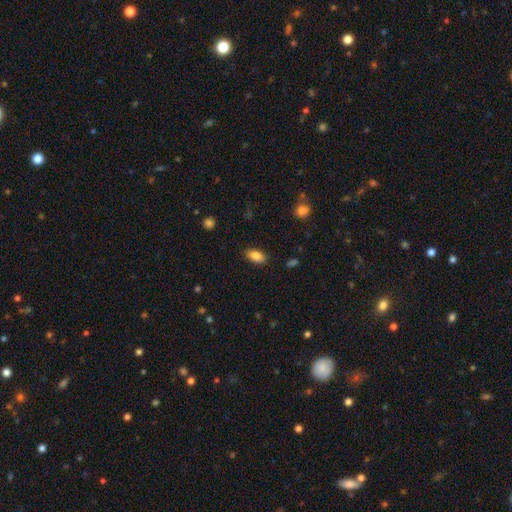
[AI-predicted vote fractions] This is clearly a smooth galaxy (86%). How rounded: clearly in between (92%). Merging: clearly none (86%).